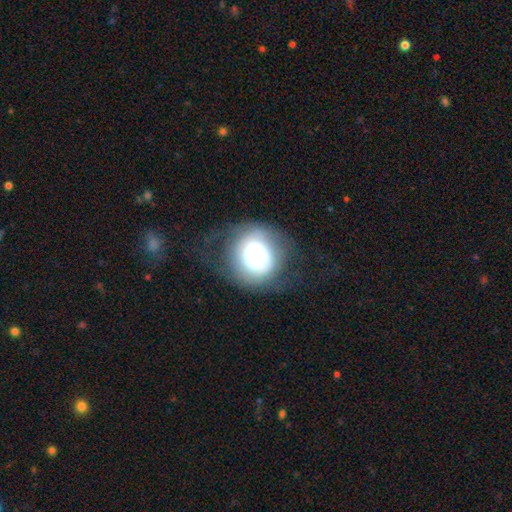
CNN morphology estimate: Smooth or featured? smooth (56%)
How rounded? round (90%)
Merging? none (57%)